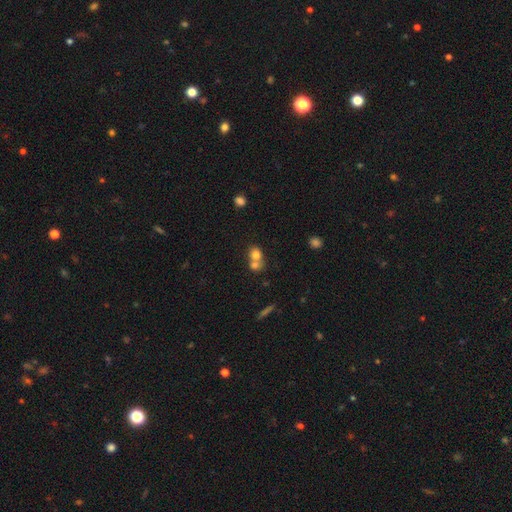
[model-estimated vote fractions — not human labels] Smooth or featured? Predicted: smooth (p=0.74). How rounded? Predicted: round (p=0.69). Merging? Predicted: merger (p=0.62).